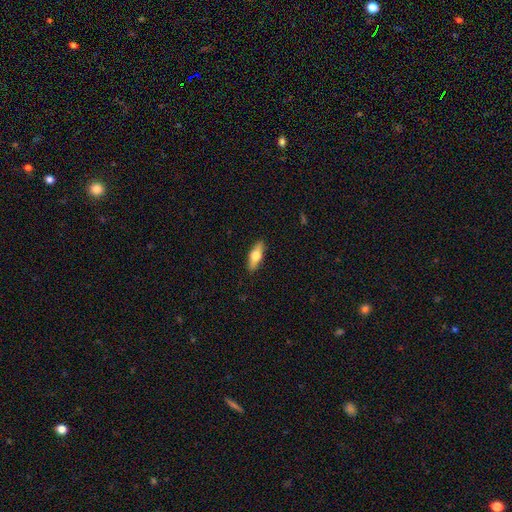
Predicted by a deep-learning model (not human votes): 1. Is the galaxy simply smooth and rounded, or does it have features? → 54% smooth, 40% featured or disk, 6% star or artifact.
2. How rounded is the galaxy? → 60% in between, 37% cigar-shaped, 3% round.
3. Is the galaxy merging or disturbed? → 89% none, 8% minor disturbance, 2% major disturbance, 1% merger.